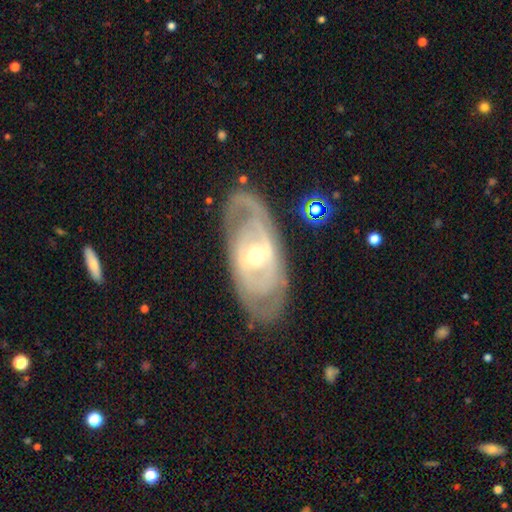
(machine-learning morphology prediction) Overall: featured or disk (83%). Edge-on disk: no (92%). Bar: no (46%; weak 37%). Spiral arms: yes (80%). Spiral arm count: 2 (47%; can't tell 35%). Spiral winding: tight (63%; medium 28%). Bulge size: moderate (54%; small 42%). Merging: none (77%).